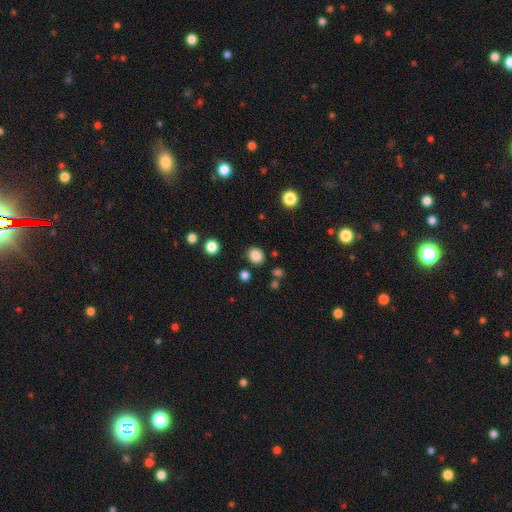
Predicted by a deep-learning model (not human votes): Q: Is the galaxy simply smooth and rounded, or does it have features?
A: smooth — 84%.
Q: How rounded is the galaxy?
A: round — 65%.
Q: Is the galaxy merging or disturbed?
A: none — 84%.